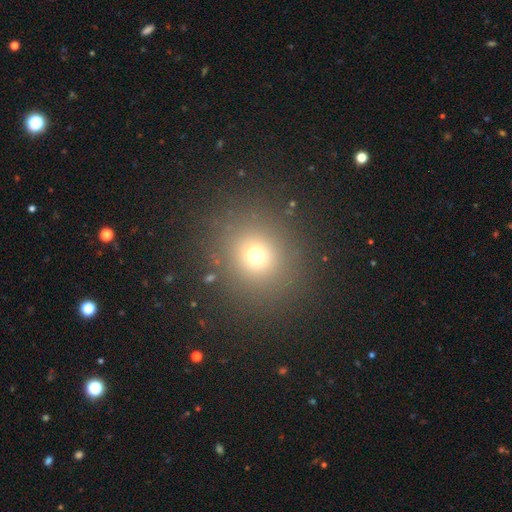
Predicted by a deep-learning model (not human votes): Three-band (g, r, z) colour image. It shows a smooth galaxy with no disk features (69%) that is round (85%). Merging: none (87%).